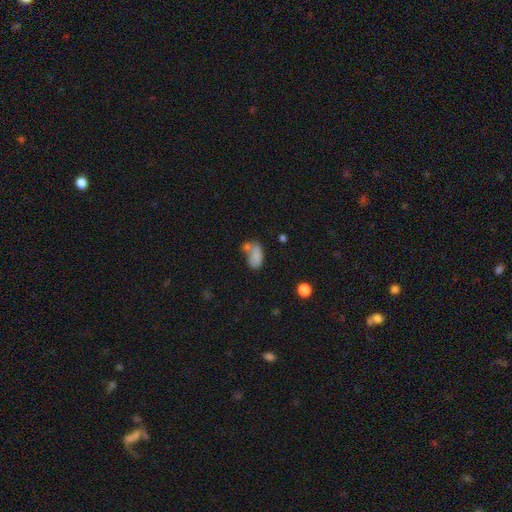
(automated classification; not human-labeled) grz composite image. It shows a smooth galaxy with no disk features (79%) that is in between round and cigar-shaped (90%). Merging: merger (39%).